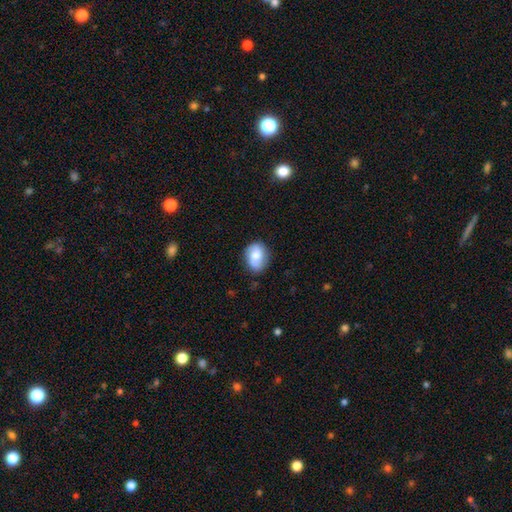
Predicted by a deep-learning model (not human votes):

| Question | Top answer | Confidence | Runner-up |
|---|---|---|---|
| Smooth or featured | smooth | 57% | featured or disk (35%) |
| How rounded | in between | 60% | round (39%) |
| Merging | none | 75% | minor disturbance (18%) |